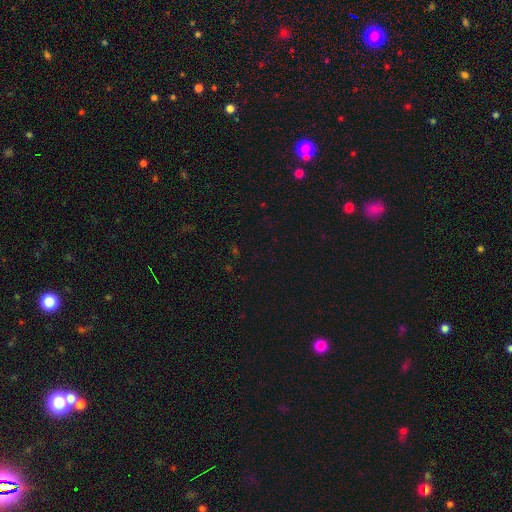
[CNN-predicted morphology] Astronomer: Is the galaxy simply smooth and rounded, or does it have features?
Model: star or artifact — 68%.